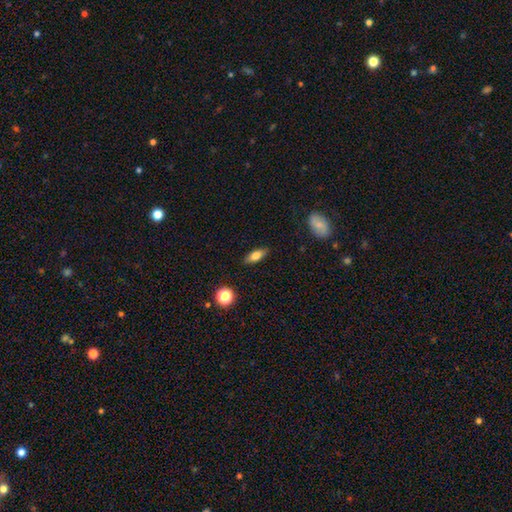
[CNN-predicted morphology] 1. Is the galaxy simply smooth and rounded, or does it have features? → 72% smooth, 20% featured or disk, 8% star or artifact.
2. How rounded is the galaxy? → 73% in between, 22% cigar-shaped, 4% round.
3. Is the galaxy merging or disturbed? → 87% none, 10% minor disturbance, 2% major disturbance, 1% merger.